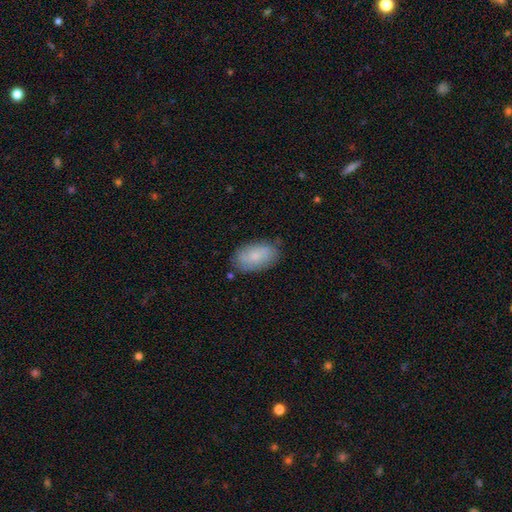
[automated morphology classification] Smooth or featured? smooth (77%)
How rounded? in between (94%)
Merging? none (77%)